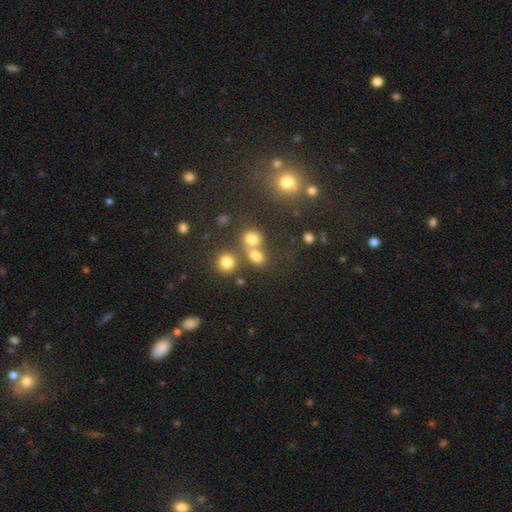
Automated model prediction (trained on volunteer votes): This appears to be a smooth galaxy with no disk features (72%) that is round (55%). Merging: none (46%).